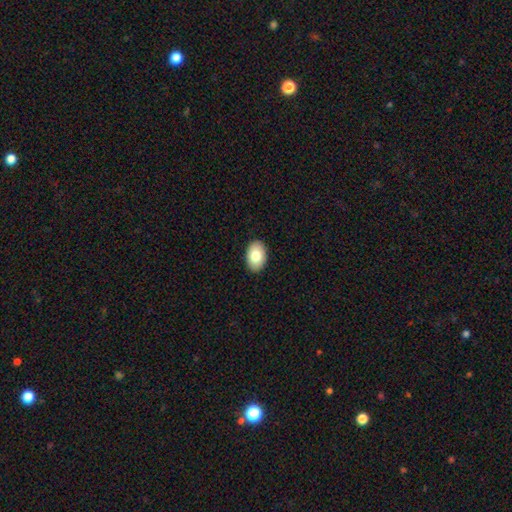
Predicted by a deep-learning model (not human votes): Morphology: type=smooth (80%); roundness=in between (88%); merging=none (90%).